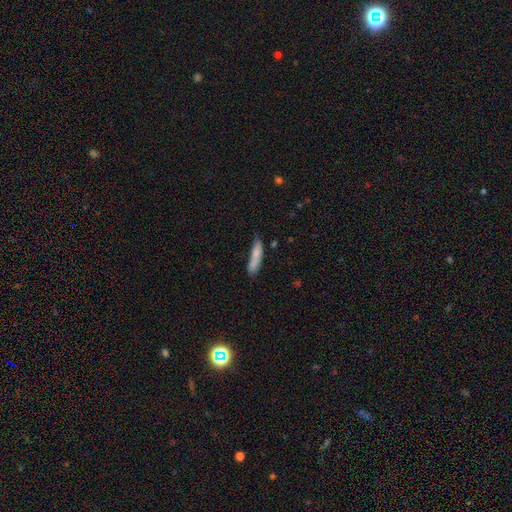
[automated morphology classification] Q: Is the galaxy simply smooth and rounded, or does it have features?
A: smooth — 76%.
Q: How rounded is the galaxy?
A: cigar-shaped — 80%.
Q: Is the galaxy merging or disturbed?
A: none — 58%.